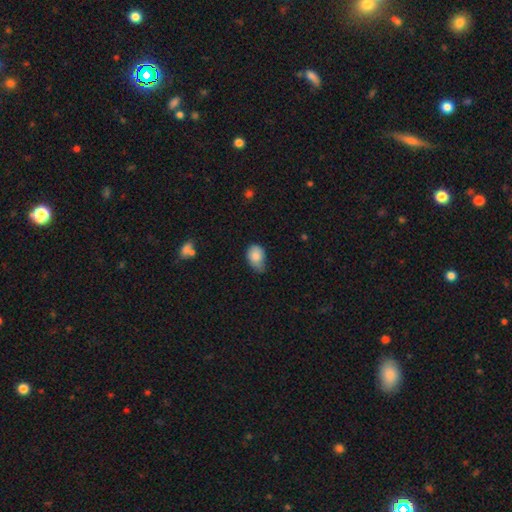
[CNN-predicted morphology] smooth_or_featured: smooth (p=0.83) [alt: featured or disk p=0.09]
how_rounded: in between (p=0.74) [alt: round p=0.24]
merging: minor disturbance (p=0.51) [alt: none p=0.34]